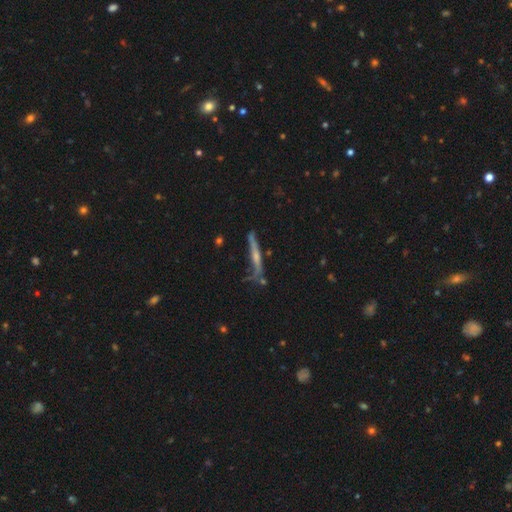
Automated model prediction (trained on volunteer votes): This appears to be a featured or disk galaxy (62%) viewed edge-on (91%) with a rounded central bulge (56%). Merging: none (59%).